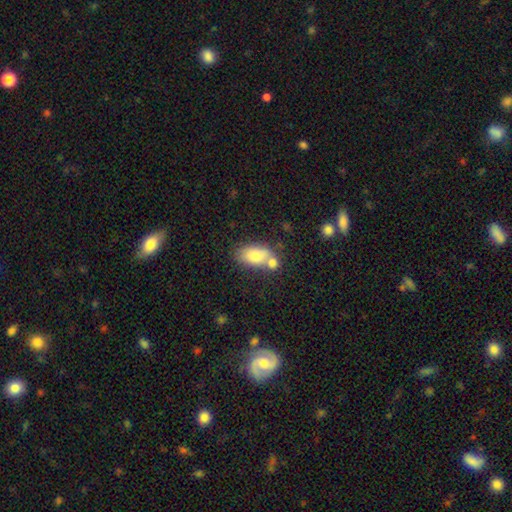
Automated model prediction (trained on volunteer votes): smooth-or-featured: smooth: 76% | featured or disk: 16% | star or artifact: 8%
  how-rounded: in between: 88% | round: 9% | cigar-shaped: 3%
  merging: none: 48% | merger: 33% | minor disturbance: 14% | major disturbance: 5%